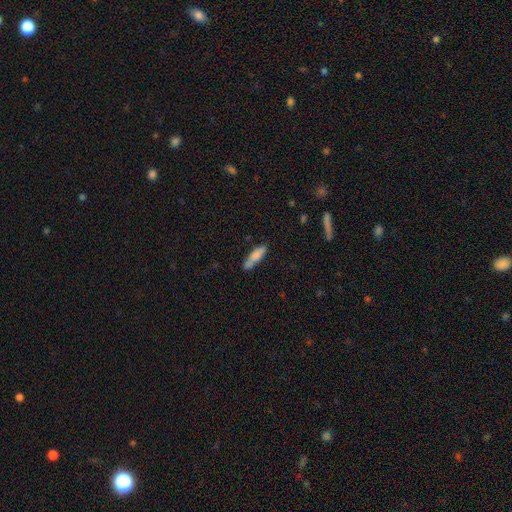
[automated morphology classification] Q: Smooth or featured?
A: smooth (78%); runner-up: featured or disk (16%)
Q: How rounded?
A: cigar-shaped (61%); runner-up: in between (37%)
Q: Merging?
A: none (62%); runner-up: minor disturbance (23%)